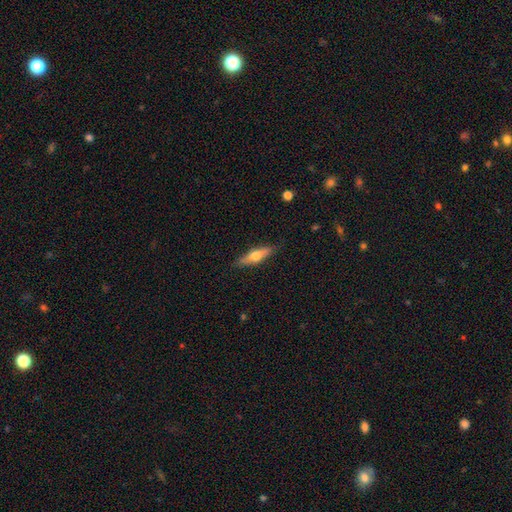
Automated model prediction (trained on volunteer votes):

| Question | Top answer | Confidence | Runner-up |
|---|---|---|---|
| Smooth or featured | smooth | 51% | featured or disk (43%) |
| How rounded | cigar-shaped | 61% | in between (36%) |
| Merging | none | 85% | minor disturbance (12%) |